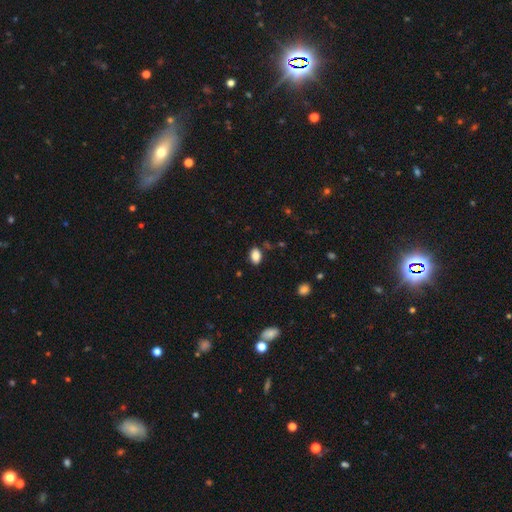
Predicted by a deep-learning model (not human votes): The model was most divided on "merging": none: 84%, minor disturbance: 11%, major disturbance: 3%, merger: 2%. More confident: smooth or featured — smooth (86%); how rounded — in between (86%).